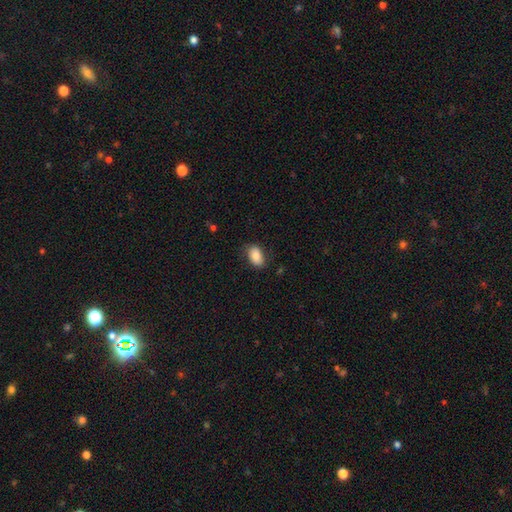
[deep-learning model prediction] The model was most divided on "merging": none: 78%, minor disturbance: 17%, major disturbance: 4%, merger: 1%. More confident: how rounded — in between (91%); smooth or featured — smooth (83%).